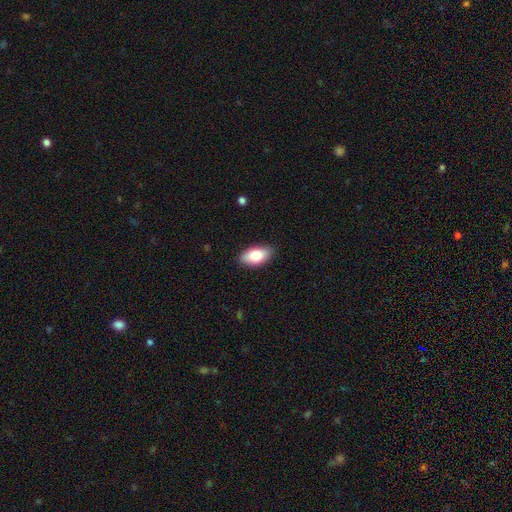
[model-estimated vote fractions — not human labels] A smooth galaxy with no disk features (81%) that is in between round and cigar-shaped (92%). Merging: none (86%).